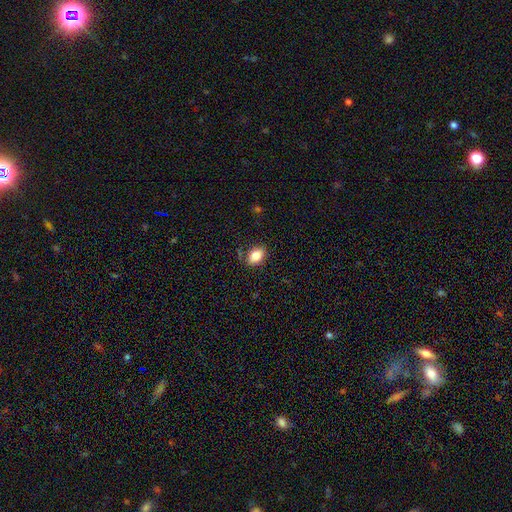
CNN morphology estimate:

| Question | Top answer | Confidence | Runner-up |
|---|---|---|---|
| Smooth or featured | smooth | 82% | featured or disk (9%) |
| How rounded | in between | 83% | round (14%) |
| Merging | none | 82% | minor disturbance (13%) |